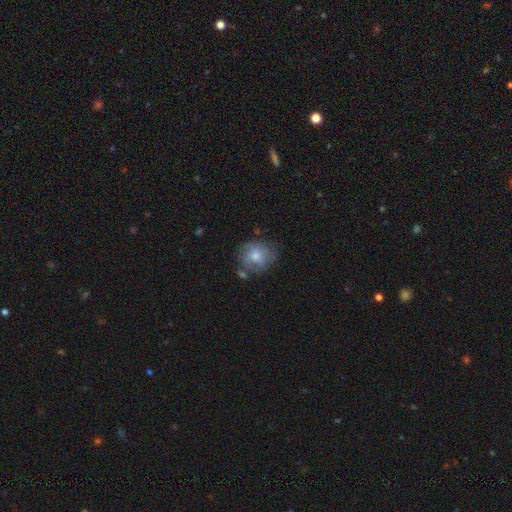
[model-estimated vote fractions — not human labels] Morphology: type=smooth (56%); roundness=round (71%); merging=none (58%).